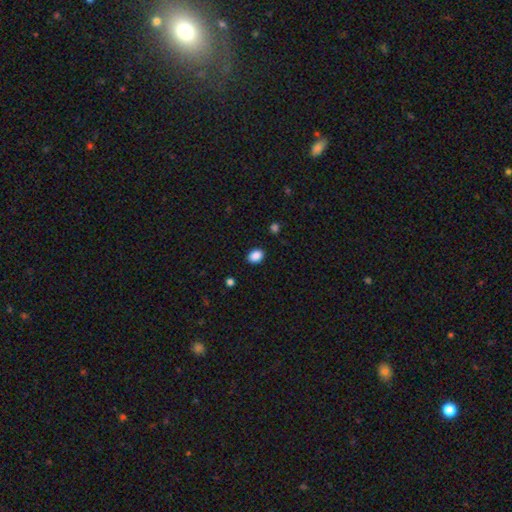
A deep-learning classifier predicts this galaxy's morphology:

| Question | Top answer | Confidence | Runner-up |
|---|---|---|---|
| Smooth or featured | smooth | 89% | star or artifact (9%) |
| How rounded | in between | 68% | round (31%) |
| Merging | none | 89% | minor disturbance (8%) |